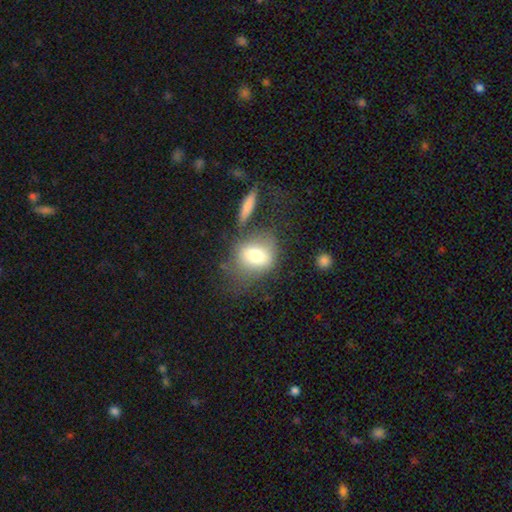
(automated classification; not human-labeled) smooth_or_featured: smooth (p=0.72) [alt: featured or disk p=0.19]
how_rounded: in between (p=0.55) [alt: round p=0.43]
merging: none (p=0.49) [alt: minor disturbance p=0.21]